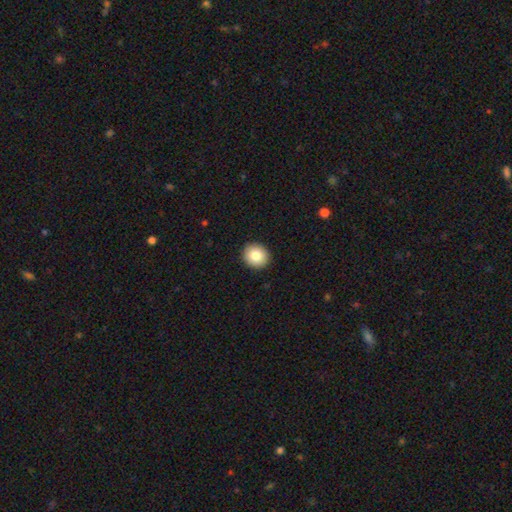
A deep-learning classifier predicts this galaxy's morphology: smooth-or-featured: smooth: 83% | star or artifact: 9% | featured or disk: 8%
  how-rounded: round: 84% | in between: 15% | cigar-shaped: 1%
  merging: none: 92% | minor disturbance: 5% | major disturbance: 2% | merger: 1%